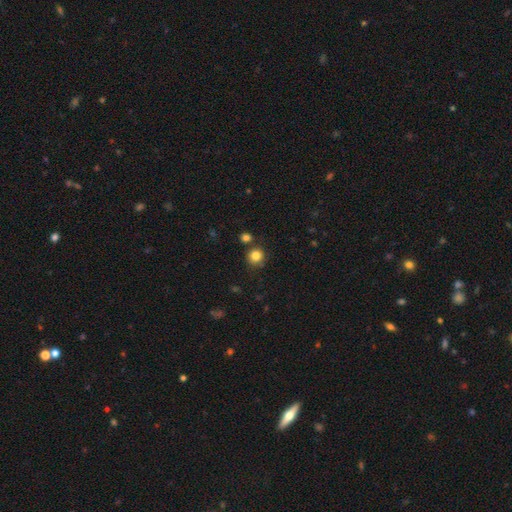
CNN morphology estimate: This is clearly a smooth galaxy (83%). How rounded: clearly round (91%). Merging: likely none (79%).